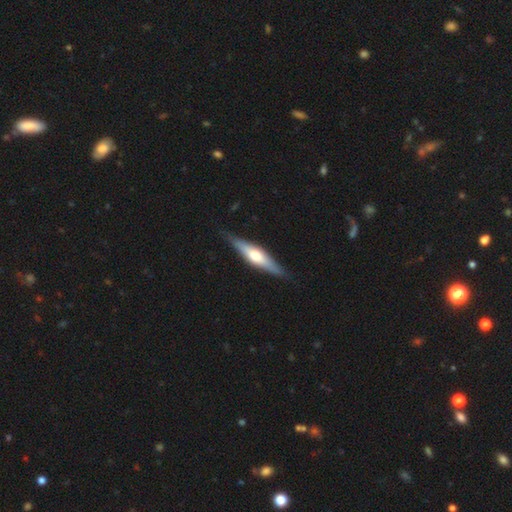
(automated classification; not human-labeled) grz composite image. It shows a featured or disk galaxy (61%) viewed edge-on (94%) with a rounded central bulge (88%). Merging: none (86%).